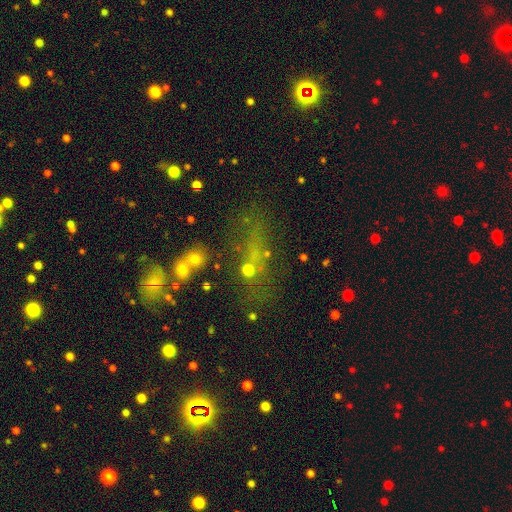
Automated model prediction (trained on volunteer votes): Q: Smooth or featured?
A: star or artifact (41%); runner-up: smooth (36%)